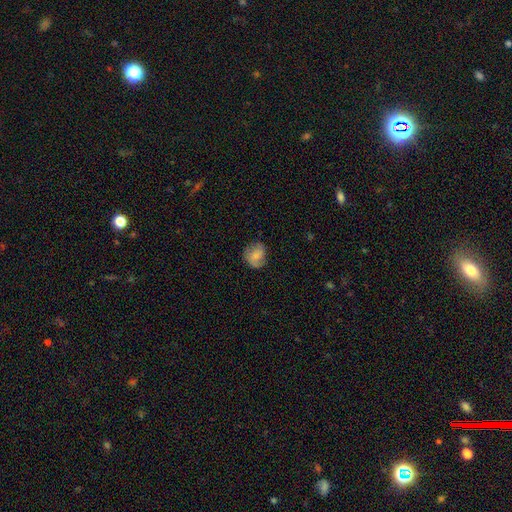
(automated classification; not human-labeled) Smooth or featured? Predicted: smooth (p=0.64). How rounded? Predicted: round (p=0.74). Merging? Predicted: none (p=0.65).